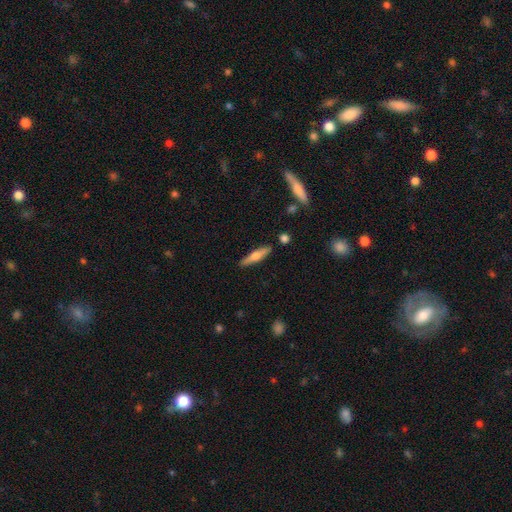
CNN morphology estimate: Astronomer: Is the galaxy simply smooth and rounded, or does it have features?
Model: smooth — 52% (runner-up: featured or disk, 42%).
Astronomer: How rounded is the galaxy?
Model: cigar-shaped — 82%.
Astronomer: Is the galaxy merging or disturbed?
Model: none — 88%.